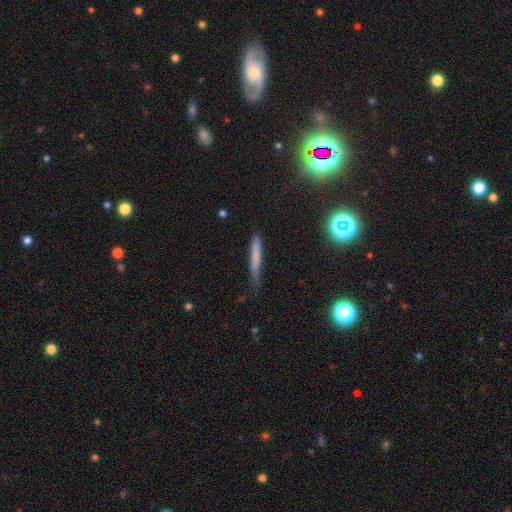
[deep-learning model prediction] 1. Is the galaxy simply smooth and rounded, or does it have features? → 67% smooth, 22% featured or disk, 11% star or artifact.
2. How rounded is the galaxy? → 94% cigar-shaped, 4% in between, 2% round.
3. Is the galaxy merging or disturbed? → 71% none, 23% minor disturbance, 5% major disturbance, 2% merger.